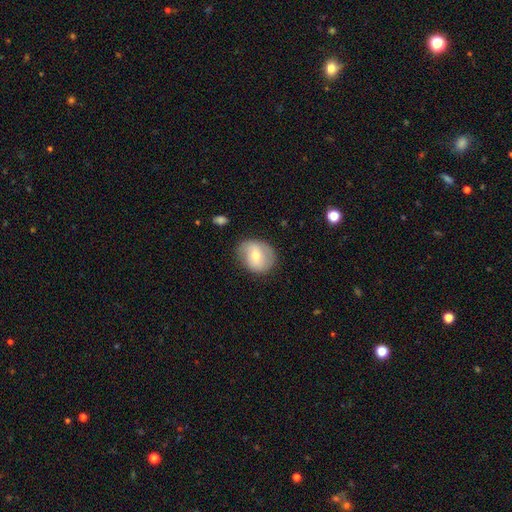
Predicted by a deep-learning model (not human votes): Smooth or featured? Predicted: smooth (p=0.56). How rounded? Predicted: round (p=0.58). Merging? Predicted: none (p=0.74).